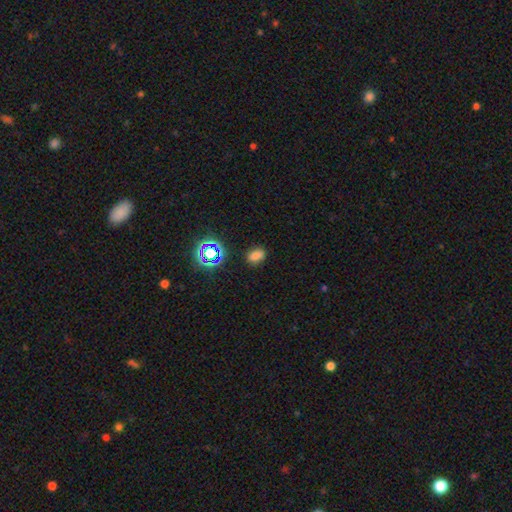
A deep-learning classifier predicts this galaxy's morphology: smooth 71%, star or artifact 21%, featured or disk 8%. Down the decision tree: how rounded — in between (74%); merging — none (83%).